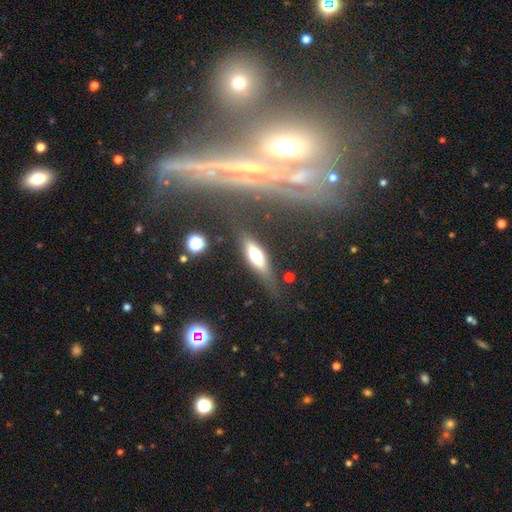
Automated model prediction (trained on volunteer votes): This appears to be a smooth galaxy with no disk features (49%). Merging: none (76%).